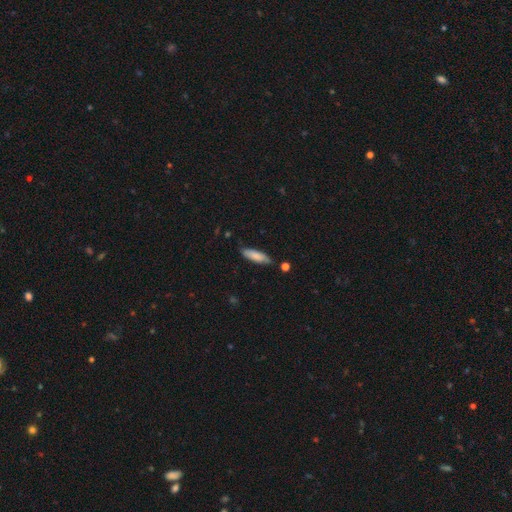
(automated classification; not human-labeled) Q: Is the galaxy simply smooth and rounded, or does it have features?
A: smooth — 80%.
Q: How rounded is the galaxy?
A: cigar-shaped — 56%.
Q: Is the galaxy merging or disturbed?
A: none — 77%.